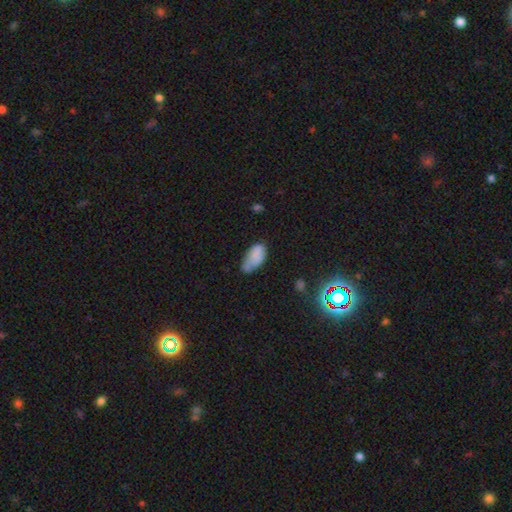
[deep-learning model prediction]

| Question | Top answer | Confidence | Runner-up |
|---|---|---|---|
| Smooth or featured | smooth | 79% | featured or disk (12%) |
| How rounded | in between | 93% | cigar-shaped (4%) |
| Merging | none | 40% | tied: minor disturbance (40%) |